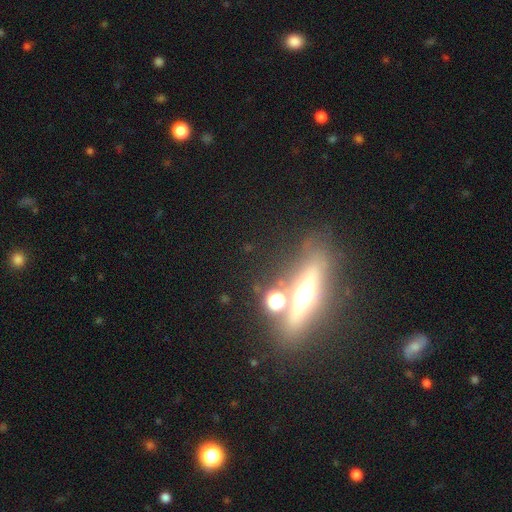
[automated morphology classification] This appears to be a featured or disk galaxy (66%) viewed edge-on (90%) with a rounded central bulge (88%). Merging: none (74%).